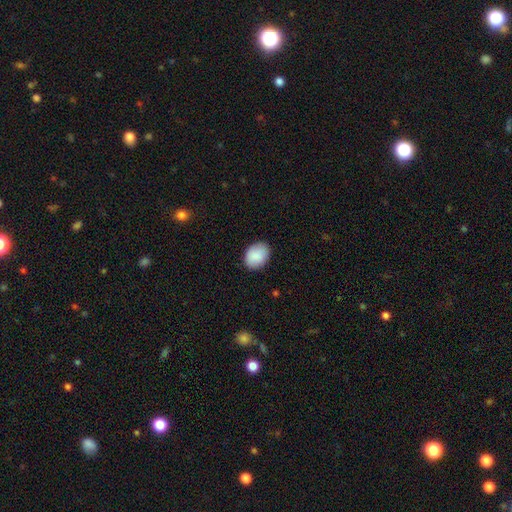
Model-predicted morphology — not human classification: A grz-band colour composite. It shows a smooth galaxy with no disk features (89%) that is in between round and cigar-shaped (67%). Merging: none (85%).